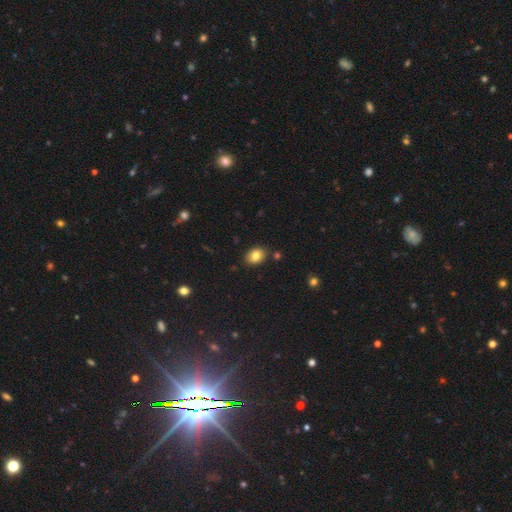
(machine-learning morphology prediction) Smooth or featured? Predicted: smooth (p=0.83). How rounded? Predicted: in between (p=0.67). Merging? Predicted: none (p=0.84).